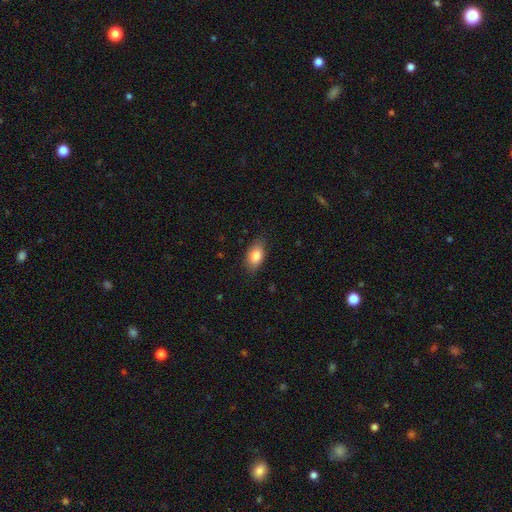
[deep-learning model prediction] smooth_or_featured: smooth (p=0.84) [alt: featured or disk p=0.09]
how_rounded: in between (p=0.90) [alt: round p=0.06]
merging: none (p=0.80) [alt: minor disturbance p=0.16]